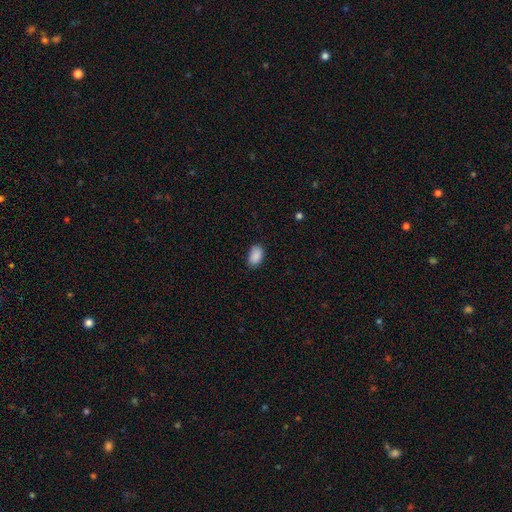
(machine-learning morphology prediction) The model was most divided on "merging": none: 79%, minor disturbance: 17%, major disturbance: 3%, merger: 1%. More confident: how rounded — in between (91%); smooth or featured — smooth (89%).